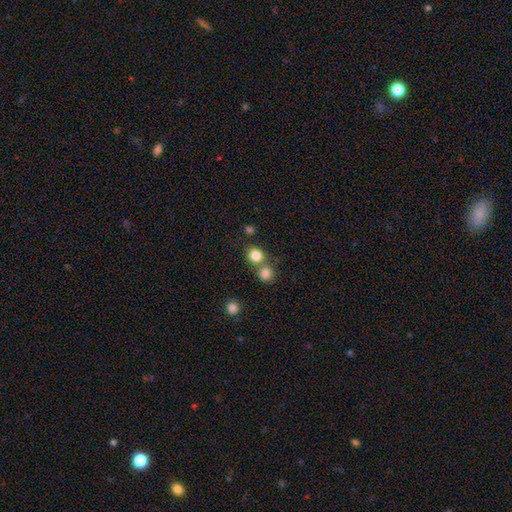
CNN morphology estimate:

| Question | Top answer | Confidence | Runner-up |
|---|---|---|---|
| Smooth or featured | smooth | 83% | star or artifact (11%) |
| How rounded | round | 82% | in between (17%) |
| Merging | none | 56% | merger (34%) |